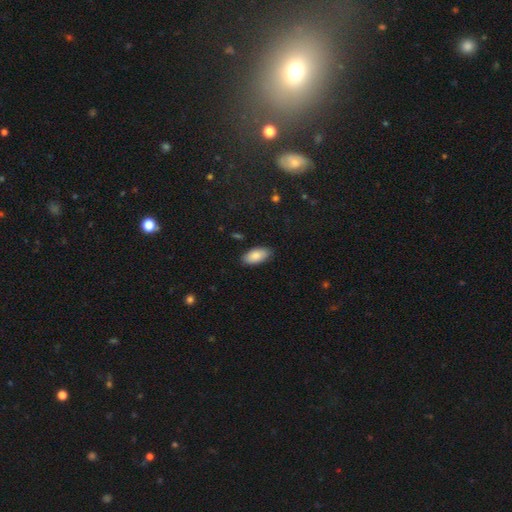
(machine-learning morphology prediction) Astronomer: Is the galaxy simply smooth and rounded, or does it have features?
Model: smooth — 85%.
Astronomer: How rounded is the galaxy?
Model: in between — 94%.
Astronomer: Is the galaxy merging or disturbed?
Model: none — 84%.